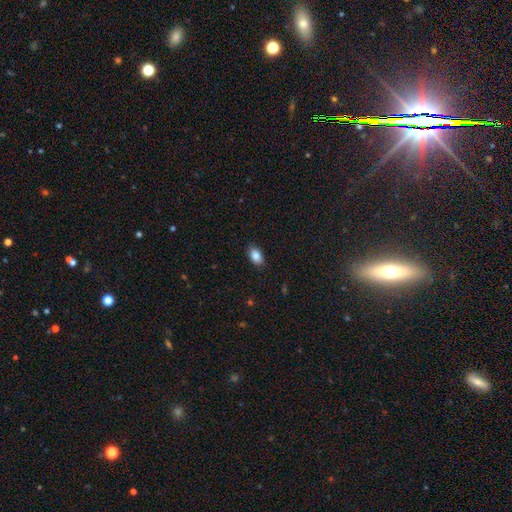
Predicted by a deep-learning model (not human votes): Smooth or featured?
  - smooth: 87% *
  - star or artifact: 8%
  - featured or disk: 6%
How rounded?
  - in between: 91% *
  - round: 7%
  - cigar-shaped: 2%
Merging?
  - none: 87% *
  - minor disturbance: 10%
  - major disturbance: 2%
  - merger: 1%